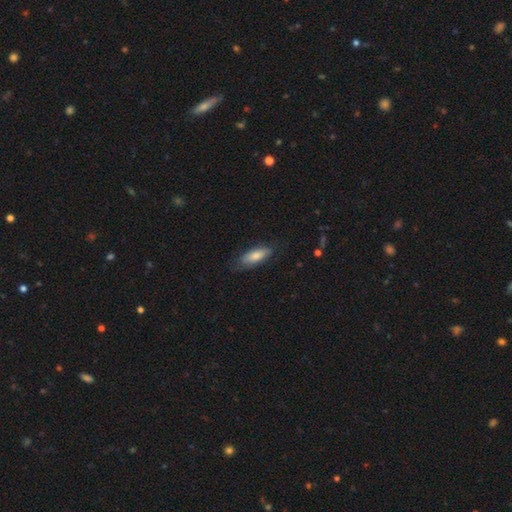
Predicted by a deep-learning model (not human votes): This appears to be a smooth galaxy with no disk features (76%) that is in between round and cigar-shaped (74%). Merging: none (71%).